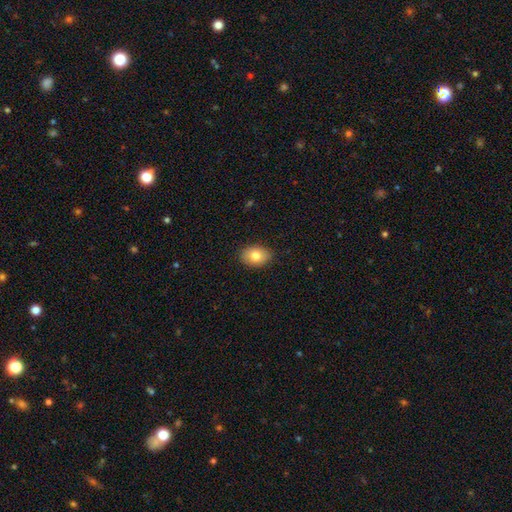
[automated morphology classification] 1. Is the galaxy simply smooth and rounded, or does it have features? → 79% smooth, 12% featured or disk, 8% star or artifact.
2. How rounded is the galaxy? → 78% in between, 21% round, 1% cigar-shaped.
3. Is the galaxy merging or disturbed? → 88% none, 9% minor disturbance, 2% major disturbance, 1% merger.